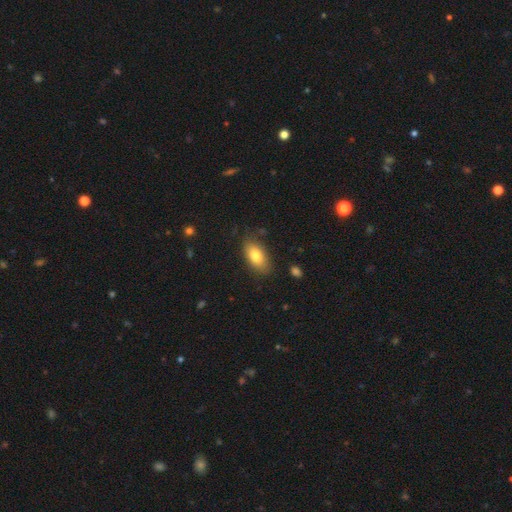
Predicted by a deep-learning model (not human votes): Smooth or featured? smooth (78%)
How rounded? in between (90%)
Merging? none (79%)